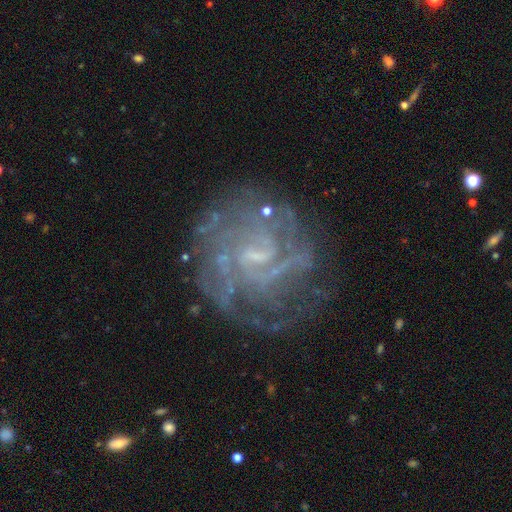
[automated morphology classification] Smooth or featured: featured or disk — 83% (star or artifact — 9%)
Edge-on disk: no — 98% (yes — 2%)
Bar: weak — 55% (no — 32%)
Spiral arms: yes — 88% (no — 12%)
Spiral winding: tight — 56% (medium — 33%)
Spiral arm count: can't tell — 43% (2 — 16%)
Bulge size: small — 54% (none — 27%)
Merging: none — 67% (minor disturbance — 17%)